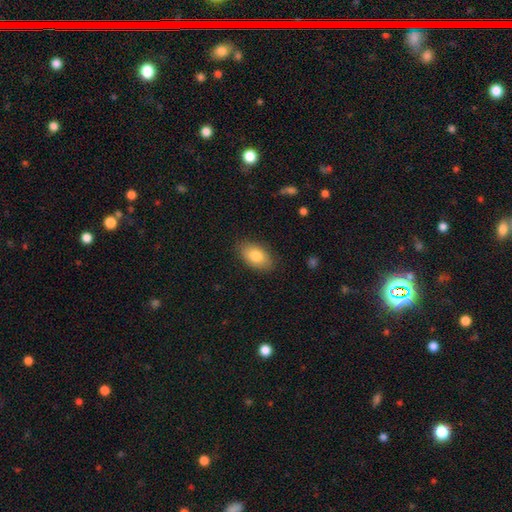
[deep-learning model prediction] smooth 82%, featured or disk 12%, star or artifact 7%. Down the decision tree: how rounded — in between (92%); merging — none (84%).